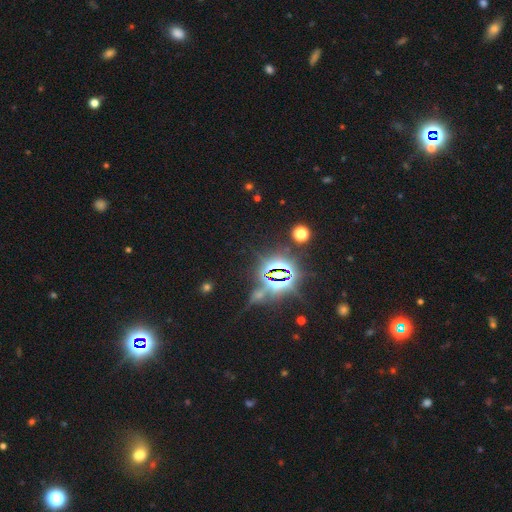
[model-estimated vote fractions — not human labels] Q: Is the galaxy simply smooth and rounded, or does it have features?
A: star or artifact — 83%.